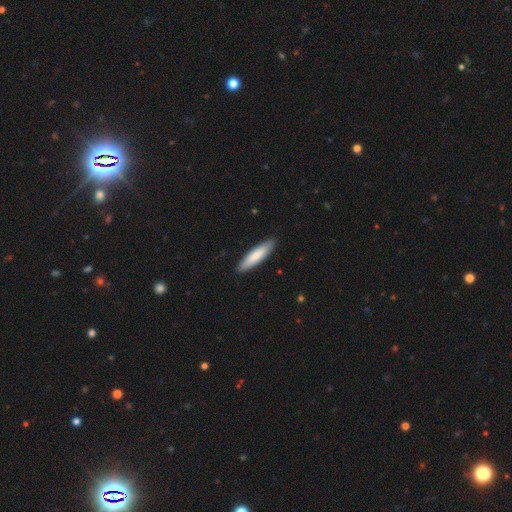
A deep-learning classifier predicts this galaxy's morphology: Smooth or featured? Predicted: smooth (p=0.81). How rounded? Predicted: cigar-shaped (p=0.77). Merging? Predicted: none (p=0.90).